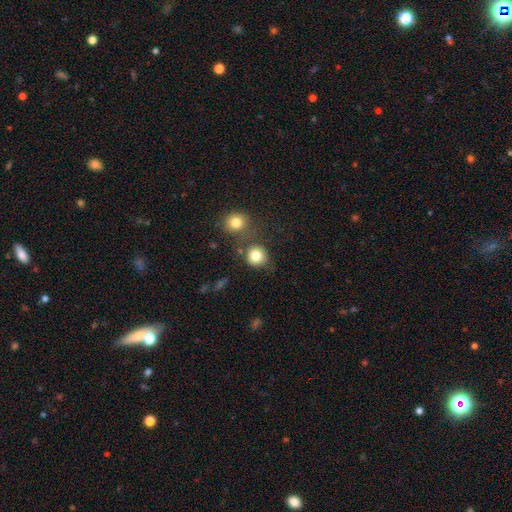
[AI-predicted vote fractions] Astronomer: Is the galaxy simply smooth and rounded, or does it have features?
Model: smooth — 82%.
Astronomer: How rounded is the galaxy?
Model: round — 89%.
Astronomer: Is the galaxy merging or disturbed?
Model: none — 68%.